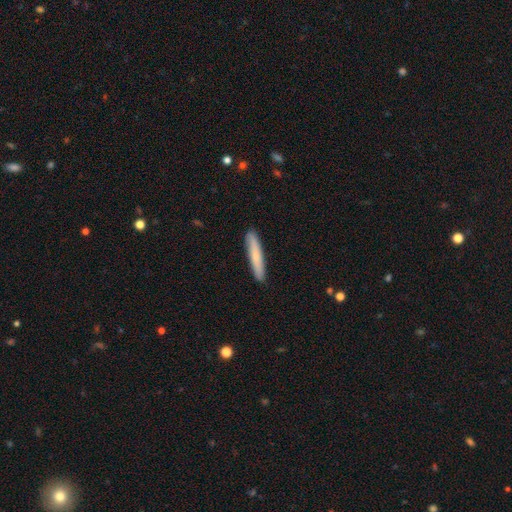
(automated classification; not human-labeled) Overall: smooth (71%). How rounded: cigar-shaped (94%). Merging: none (90%).